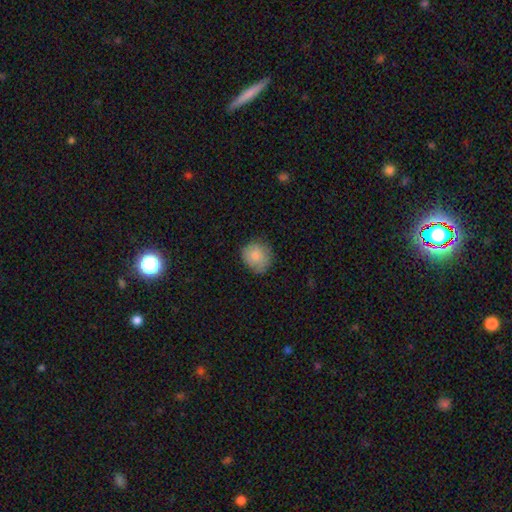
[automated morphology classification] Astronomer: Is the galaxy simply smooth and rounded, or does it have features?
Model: smooth — 83%.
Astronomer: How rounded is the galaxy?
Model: round — 83%.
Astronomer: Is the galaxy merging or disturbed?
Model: none — 72%.